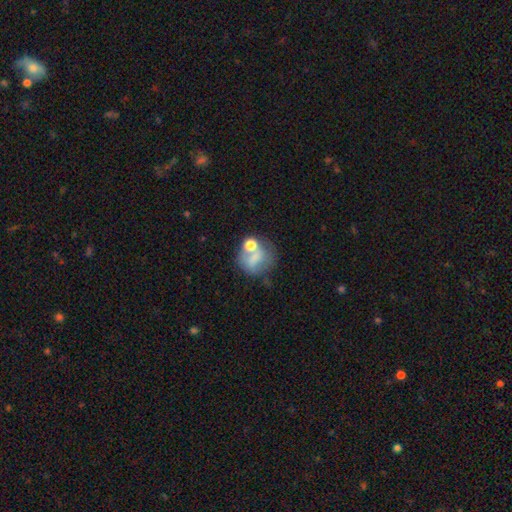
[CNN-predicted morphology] smooth_or_featured: smooth (p=0.55) [alt: featured or disk p=0.29]
how_rounded: round (p=0.69) [alt: in between p=0.29]
merging: none (p=0.41) [alt: merger p=0.21]